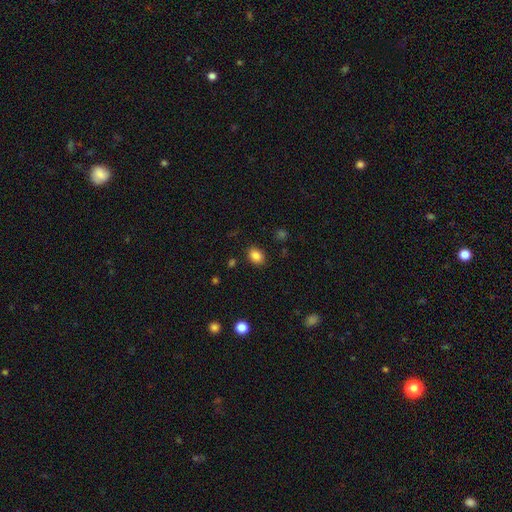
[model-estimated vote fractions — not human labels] Overall: smooth (86%). How rounded: in between (61%; round 38%). Merging: none (87%).